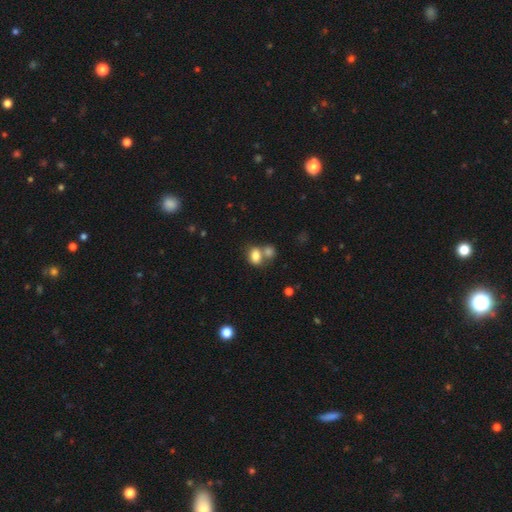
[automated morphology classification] Smooth or featured?
  - smooth: 81% *
  - star or artifact: 10%
  - featured or disk: 9%
How rounded?
  - in between: 70% *
  - round: 29%
  - cigar-shaped: 1%
Merging?
  - merger: 47% *
  - none: 39%
  - minor disturbance: 10%
  - major disturbance: 5%